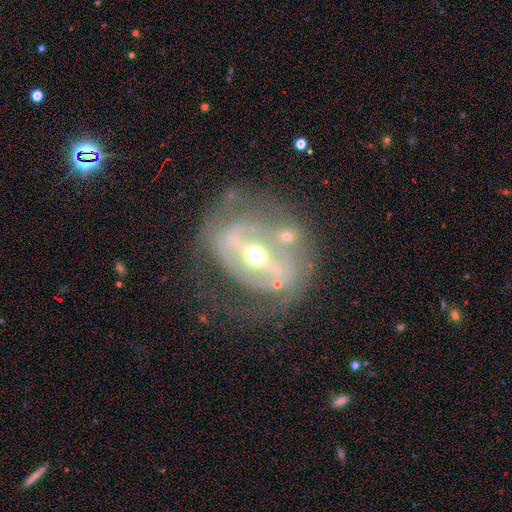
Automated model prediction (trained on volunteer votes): Morphology: type=featured or disk (83%); edge-on=no (91%); bar=strong (67%); spiral arms=yes (57%); bulge=moderate (62%); merging=none (57%).